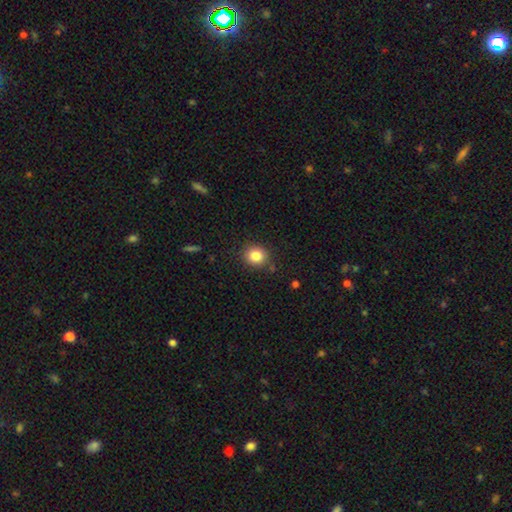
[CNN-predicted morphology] Smooth or featured? smooth (83%)
How rounded? round (82%)
Merging? none (87%)